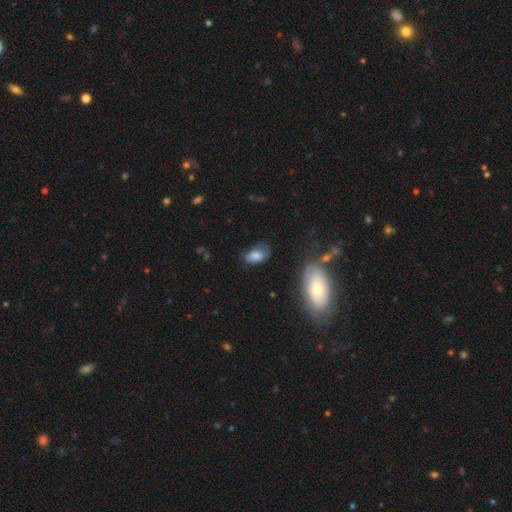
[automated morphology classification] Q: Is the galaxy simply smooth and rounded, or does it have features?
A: smooth — 73%.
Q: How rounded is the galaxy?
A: in between — 89%.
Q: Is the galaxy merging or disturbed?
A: none — 47%.